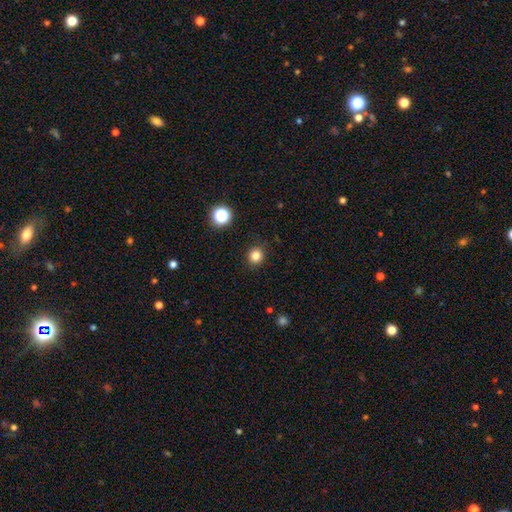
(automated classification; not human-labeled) This appears to be a smooth galaxy with no disk features (82%) that is round (88%). Merging: none (91%).